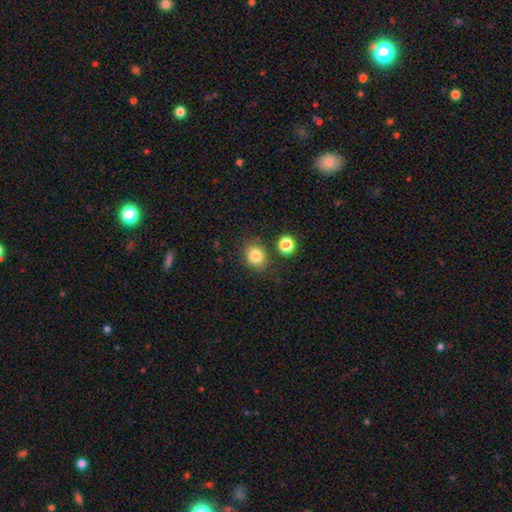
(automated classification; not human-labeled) Smooth or featured: smooth — 83% (star or artifact — 11%)
How rounded: round — 56% (in between — 43%)
Merging: none — 77% (minor disturbance — 12%)